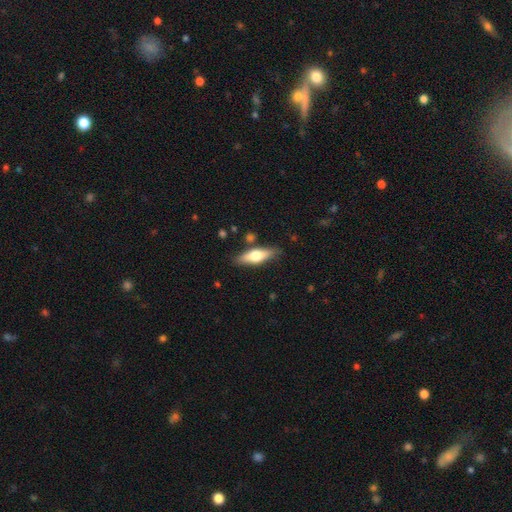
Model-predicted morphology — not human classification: Smooth or featured? smooth (53%)
How rounded? in between (50%)
Merging? none (83%)